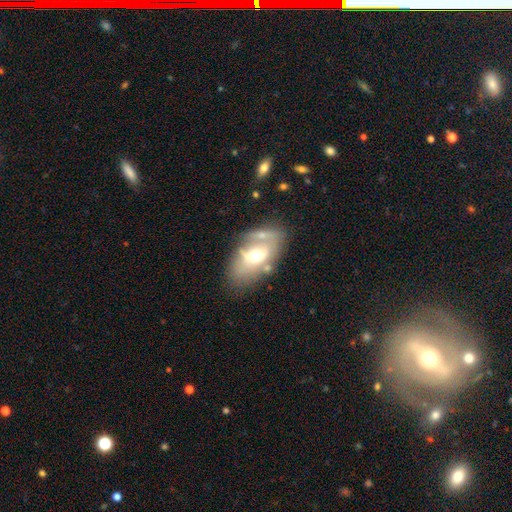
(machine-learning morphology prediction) Smooth or featured? featured or disk (52%)
Edge-on disk? no (88%)
Merging? none (52%)